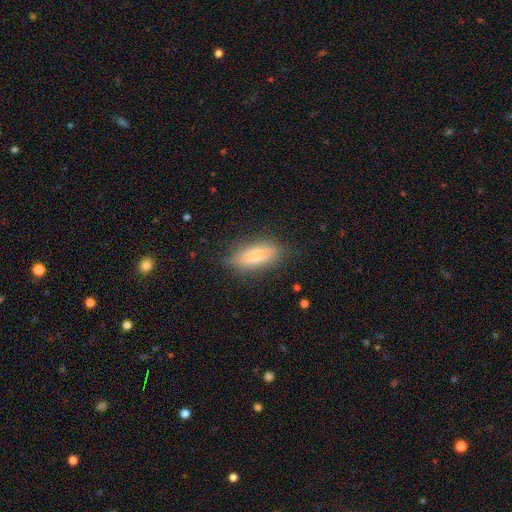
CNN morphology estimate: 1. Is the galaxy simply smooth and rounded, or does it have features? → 77% smooth, 16% featured or disk, 7% star or artifact.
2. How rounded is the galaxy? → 73% in between, 24% cigar-shaped, 3% round.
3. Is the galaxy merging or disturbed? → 76% none, 18% minor disturbance, 5% major disturbance, 1% merger.